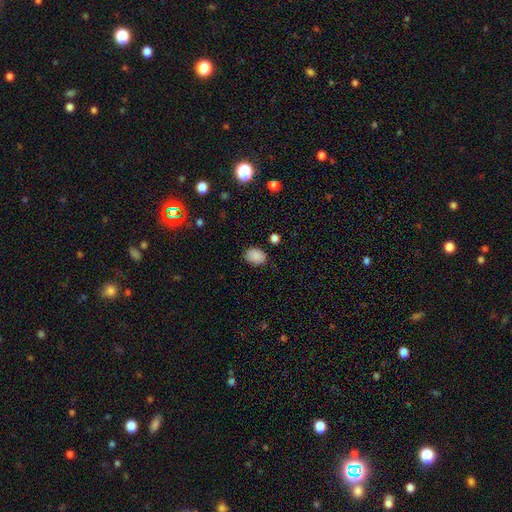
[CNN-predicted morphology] Smooth or featured? smooth (88%)
How rounded? in between (77%)
Merging? none (83%)